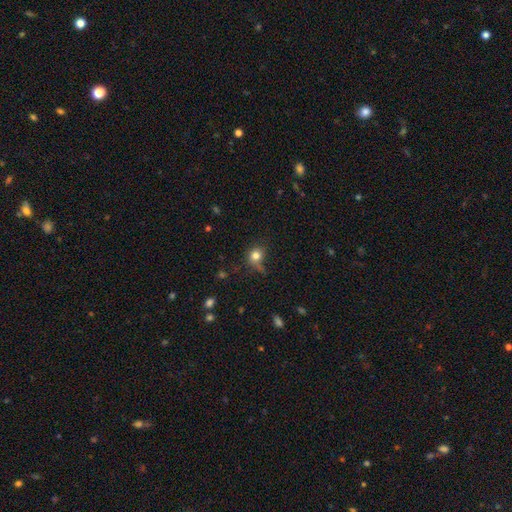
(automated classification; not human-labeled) Smooth or featured: smooth — 79% (star or artifact — 13%)
How rounded: round — 80% (in between — 19%)
Merging: none — 64% (minor disturbance — 21%)